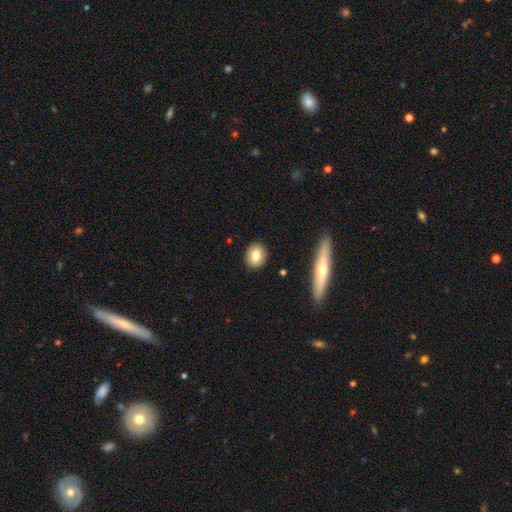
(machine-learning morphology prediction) Smooth or featured?
  - smooth: 79% *
  - featured or disk: 13%
  - star or artifact: 9%
How rounded?
  - round: 68% *
  - in between: 30%
  - cigar-shaped: 2%
Merging?
  - none: 90% *
  - minor disturbance: 7%
  - major disturbance: 2%
  - merger: 1%